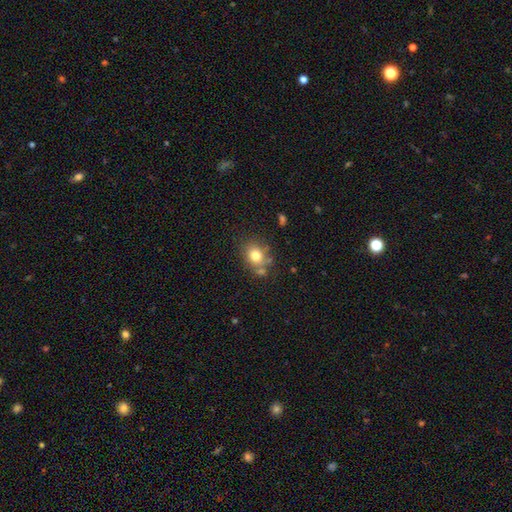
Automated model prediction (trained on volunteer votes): The model was most divided on "how rounded": round: 62%, in between: 37%, cigar-shaped: 1%. More confident: smooth or featured — smooth (77%); merging — none (68%).